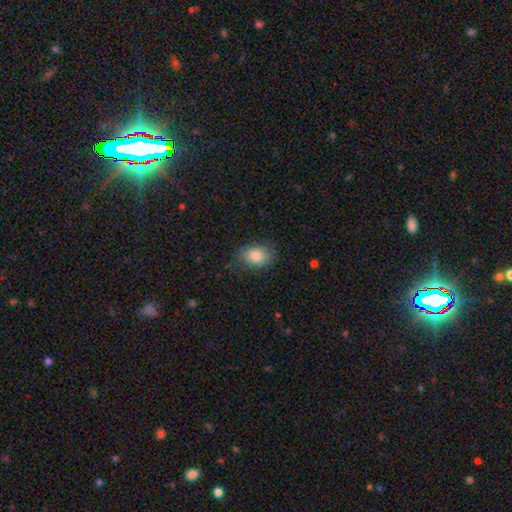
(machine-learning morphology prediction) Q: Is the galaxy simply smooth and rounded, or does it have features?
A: smooth — 85%.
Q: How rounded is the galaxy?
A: in between — 74%.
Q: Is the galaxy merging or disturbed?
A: none — 77%.